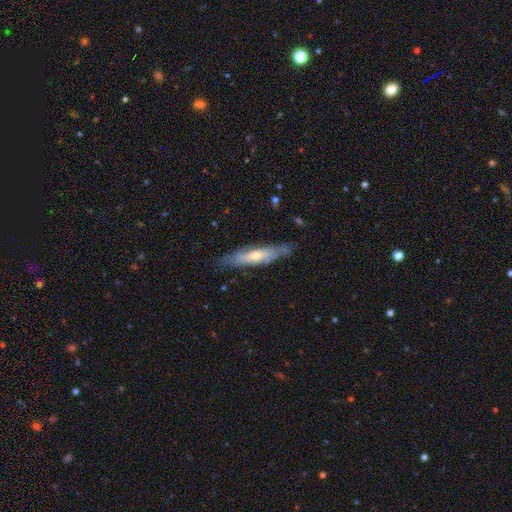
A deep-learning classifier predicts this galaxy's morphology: A featured or disk galaxy (54%) viewed edge-on (56%).

Vote fractions:
- Smooth or featured? featured or disk: 54% / smooth: 40% / star or artifact: 6%
- Edge-on disk? yes: 56% / no: 44%
- Merging? none: 72% / minor disturbance: 21% / major disturbance: 5% / merger: 2%